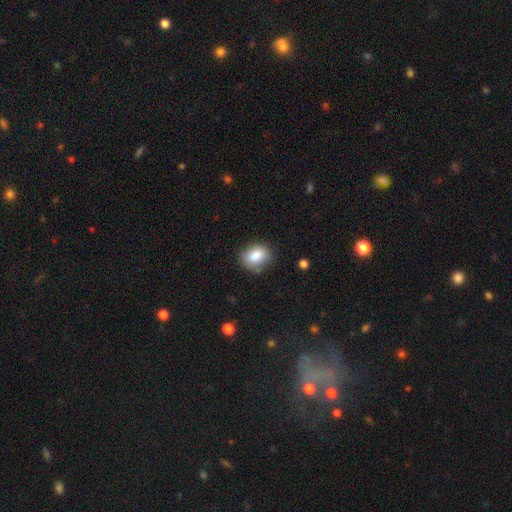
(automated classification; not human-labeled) Q: Smooth or featured?
A: smooth (84%); runner-up: star or artifact (8%)
Q: How rounded?
A: in between (62%); runner-up: round (36%)
Q: Merging?
A: none (74%); runner-up: minor disturbance (18%)